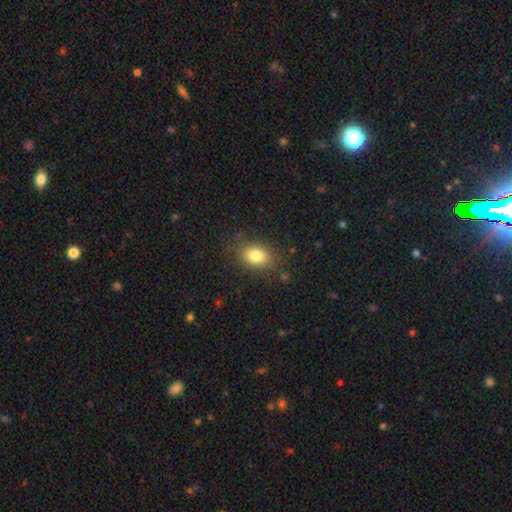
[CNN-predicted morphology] Q: Smooth or featured?
A: smooth (81%); runner-up: star or artifact (10%)
Q: How rounded?
A: in between (75%); runner-up: round (23%)
Q: Merging?
A: none (82%); runner-up: minor disturbance (13%)